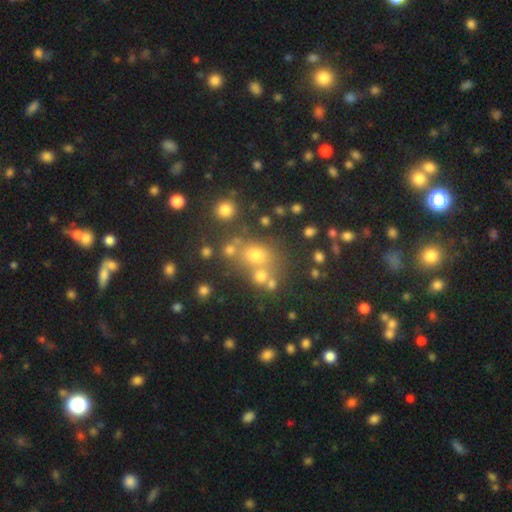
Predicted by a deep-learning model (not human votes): Morphology: type=smooth (61%); roundness=round (64%); merging=none (57%).